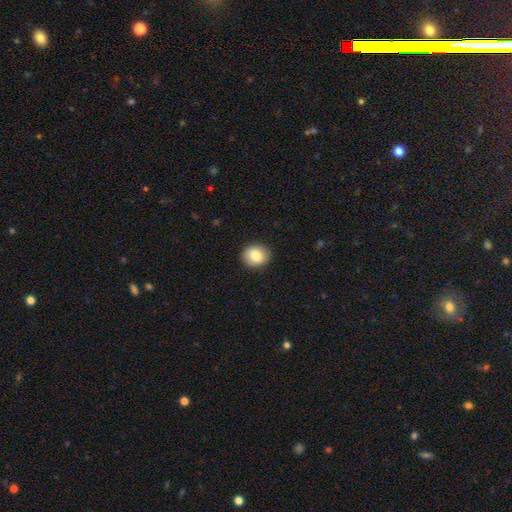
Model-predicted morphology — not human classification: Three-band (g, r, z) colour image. It shows a smooth galaxy with no disk features (84%) that is round (61%). Merging: none (88%).